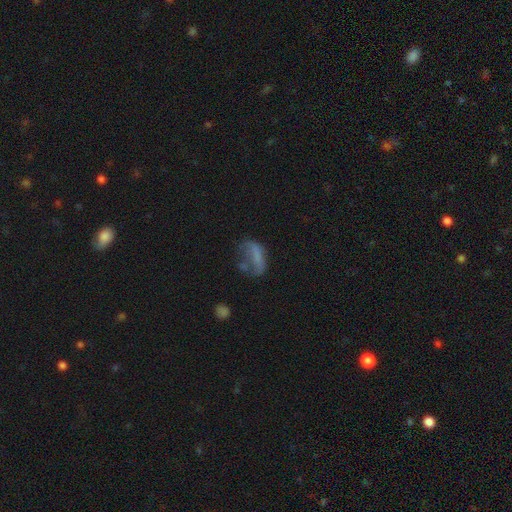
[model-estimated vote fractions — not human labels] Overall: smooth (54%; featured or disk 32%). How rounded: in between (77%). Merging: major disturbance (38%; none 29%).